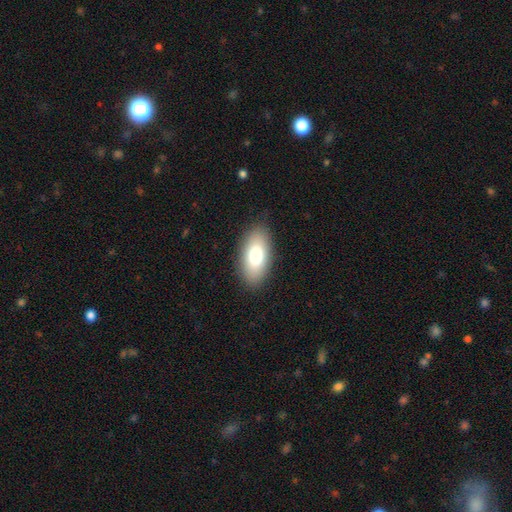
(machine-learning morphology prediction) This appears to be a smooth galaxy with no disk features (77%) that is in between round and cigar-shaped (91%). Merging: none (88%).